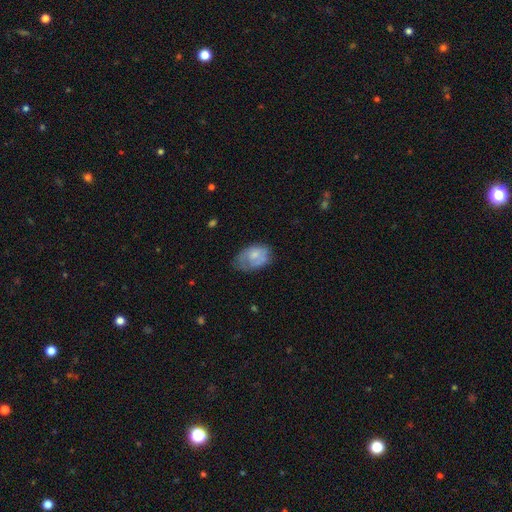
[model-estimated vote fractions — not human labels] Smooth or featured?
  - smooth: 63% *
  - featured or disk: 29%
  - star or artifact: 7%
How rounded?
  - in between: 85% *
  - round: 14%
  - cigar-shaped: 1%
Merging?
  - none: 49% *
  - minor disturbance: 34%
  - major disturbance: 15%
  - merger: 2%